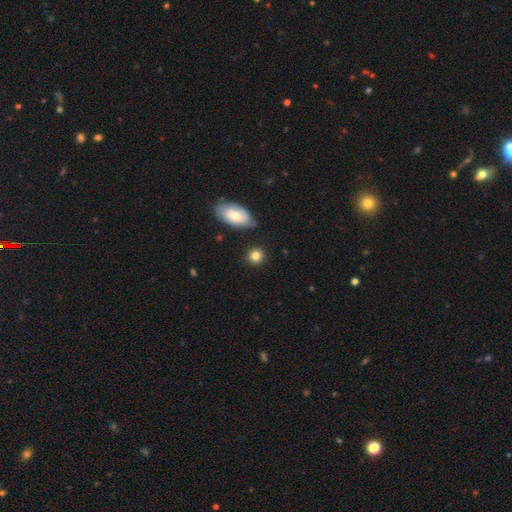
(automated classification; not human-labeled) smooth 83%, star or artifact 9%, featured or disk 8%. Down the decision tree: how rounded — round (86%); merging — none (84%).